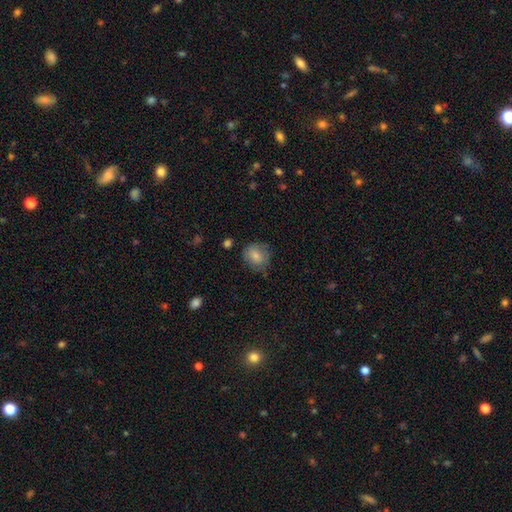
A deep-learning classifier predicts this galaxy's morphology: This is likely a smooth galaxy (79%). How rounded: likely round (74%). Merging: likely none (69%).